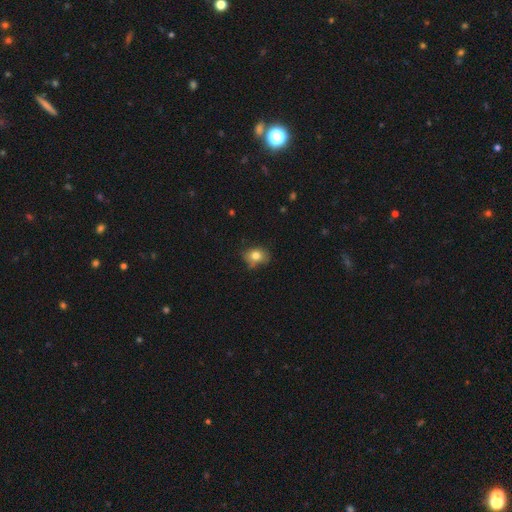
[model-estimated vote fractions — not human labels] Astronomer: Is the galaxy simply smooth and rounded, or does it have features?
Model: smooth — 78%.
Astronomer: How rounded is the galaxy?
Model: in between — 54% (runner-up: round, 45%).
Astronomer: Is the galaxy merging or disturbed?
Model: none — 62%.